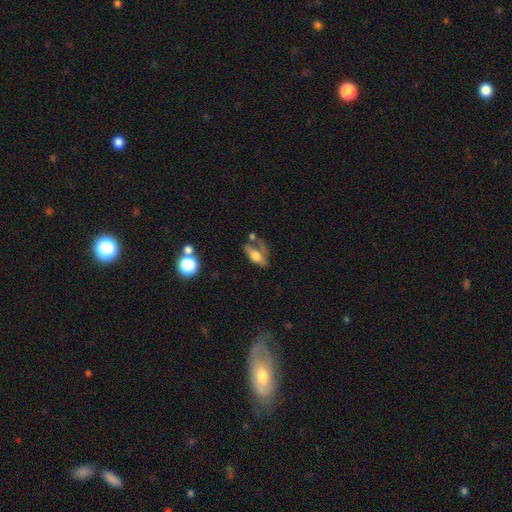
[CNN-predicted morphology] This appears to be a smooth galaxy with no disk features (55%) that is in between round and cigar-shaped (79%). Merging: none (32%).